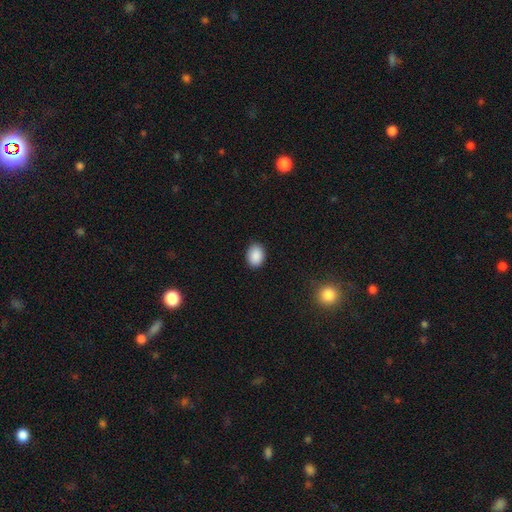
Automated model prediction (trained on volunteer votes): Smooth or featured? smooth (89%)
How rounded? in between (69%)
Merging? none (88%)